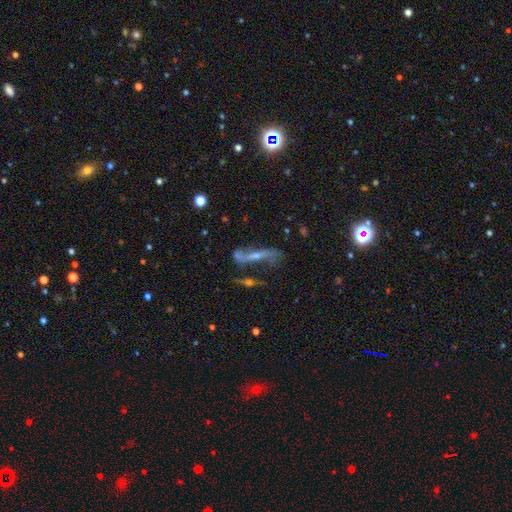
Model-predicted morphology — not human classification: The model was most divided on "edge-on disk": no: 54%, yes: 46%. Remaining: smooth or featured — featured or disk (67%); merging — none (46%).